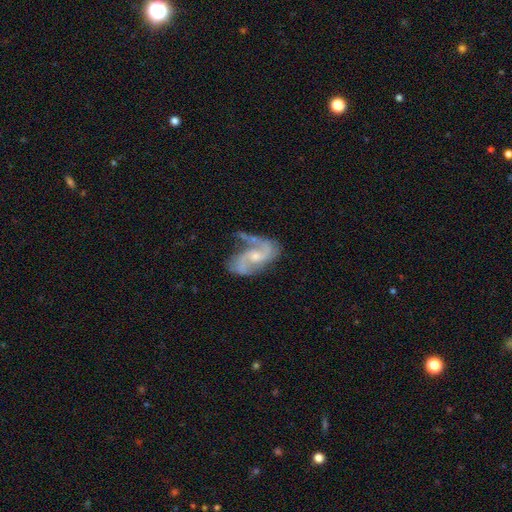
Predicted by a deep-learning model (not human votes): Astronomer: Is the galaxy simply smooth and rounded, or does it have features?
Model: featured or disk — 87%.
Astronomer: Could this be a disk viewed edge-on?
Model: no — 97%.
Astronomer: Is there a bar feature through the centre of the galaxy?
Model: no — 50% (runner-up: weak, 40%).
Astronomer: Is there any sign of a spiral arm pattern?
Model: yes — 96%.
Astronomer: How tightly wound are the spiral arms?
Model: medium — 49% (runner-up: loose, 36%).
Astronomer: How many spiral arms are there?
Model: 2 — 87%.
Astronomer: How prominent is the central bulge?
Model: moderate — 46% (runner-up: small, 45%).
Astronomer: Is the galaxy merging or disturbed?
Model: none — 53%.